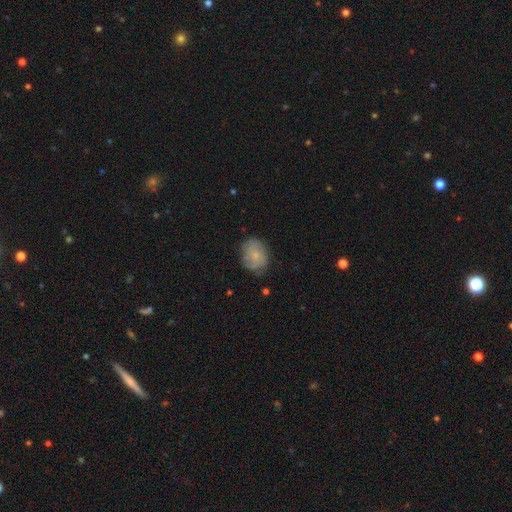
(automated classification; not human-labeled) Smooth or featured? Predicted: smooth (p=0.51). How rounded? Predicted: in between (p=0.51). Merging? Predicted: none (p=0.69).